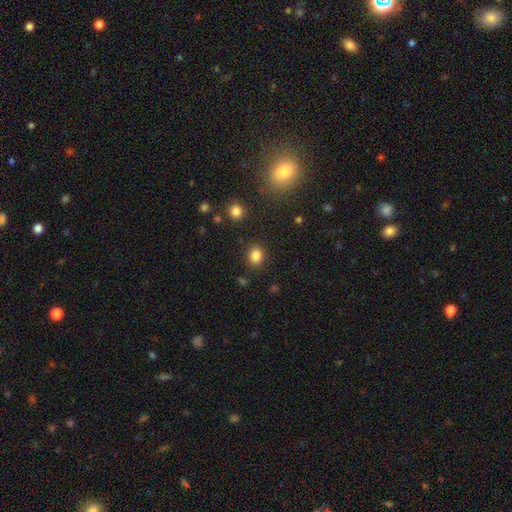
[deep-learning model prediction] Morphology: type=smooth (84%); roundness=round (61%); merging=none (87%).